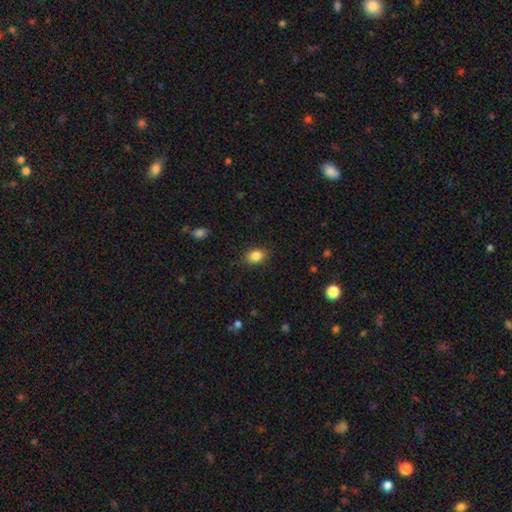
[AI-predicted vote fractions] Q: Smooth or featured?
A: smooth (85%); runner-up: star or artifact (9%)
Q: How rounded?
A: in between (66%); runner-up: round (33%)
Q: Merging?
A: none (86%); runner-up: minor disturbance (10%)